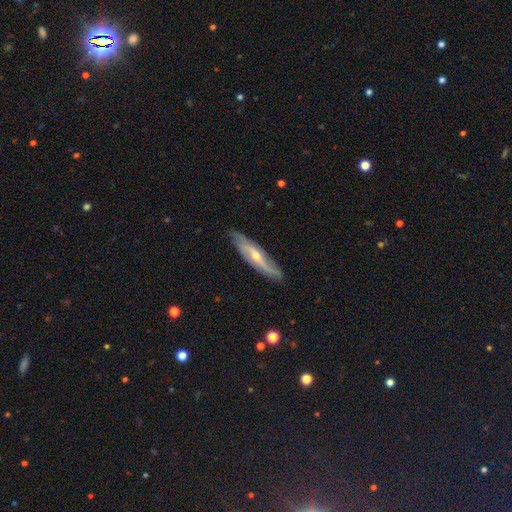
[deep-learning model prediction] featured or disk 76%, smooth 18%, star or artifact 6%. Down the decision tree: edge-on disk — no (59%); merging — none (80%).